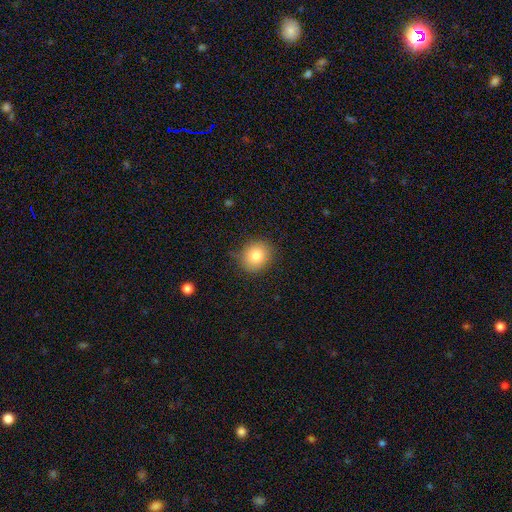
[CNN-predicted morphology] This appears to be a smooth galaxy with no disk features (82%) that is round (77%). Merging: none (82%).